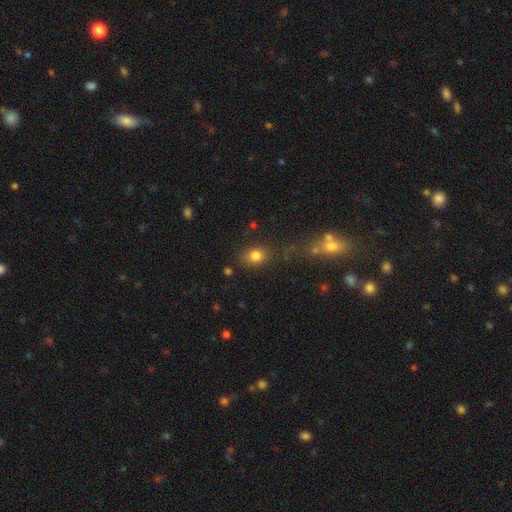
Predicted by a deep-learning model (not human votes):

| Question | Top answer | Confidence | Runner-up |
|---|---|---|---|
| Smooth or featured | smooth | 80% | star or artifact (12%) |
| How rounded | in between | 50% | round (49%) |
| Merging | none | 69% | minor disturbance (15%) |